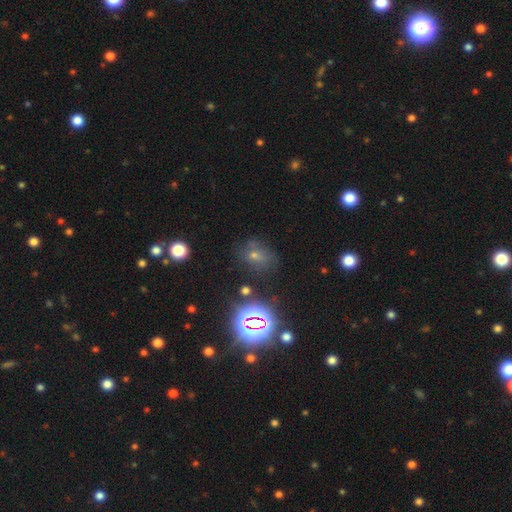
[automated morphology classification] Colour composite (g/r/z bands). It shows a smooth galaxy with no disk features (53%) that is in between round and cigar-shaped (58%). Merging: none (59%).